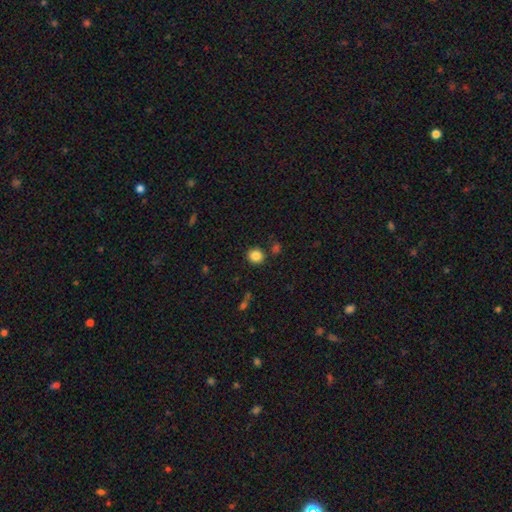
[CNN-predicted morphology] smooth-or-featured: smooth: 85% | star or artifact: 10% | featured or disk: 4%
  how-rounded: round: 85% | in between: 14% | cigar-shaped: 1%
  merging: none: 85% | minor disturbance: 8% | merger: 4% | major disturbance: 3%